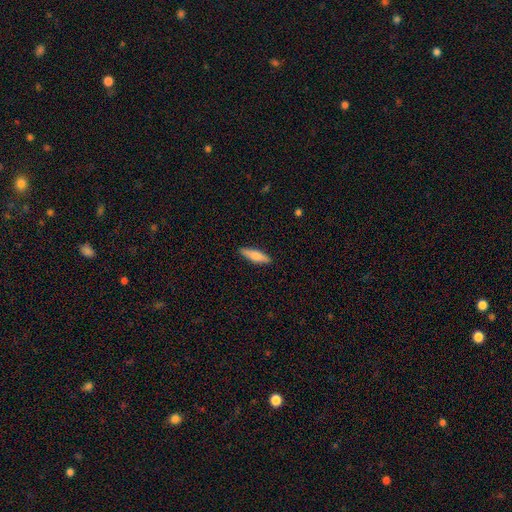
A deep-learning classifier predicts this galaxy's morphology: Q: Smooth or featured?
A: smooth (72%); runner-up: featured or disk (22%)
Q: How rounded?
A: cigar-shaped (68%); runner-up: in between (30%)
Q: Merging?
A: none (89%); runner-up: minor disturbance (8%)